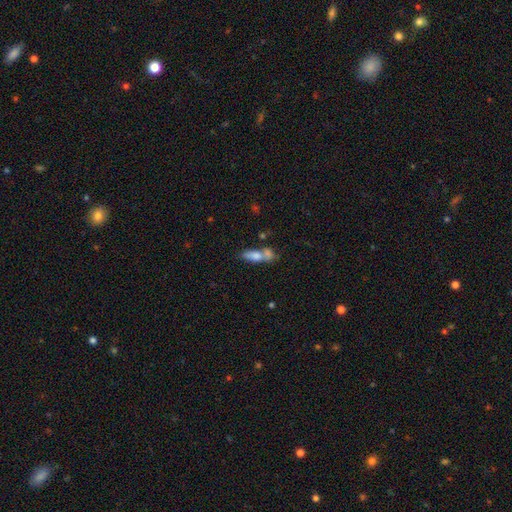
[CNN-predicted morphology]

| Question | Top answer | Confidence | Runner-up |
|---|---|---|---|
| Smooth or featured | smooth | 71% | featured or disk (20%) |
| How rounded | in between | 64% | cigar-shaped (30%) |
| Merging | merger | 54% | none (29%) |